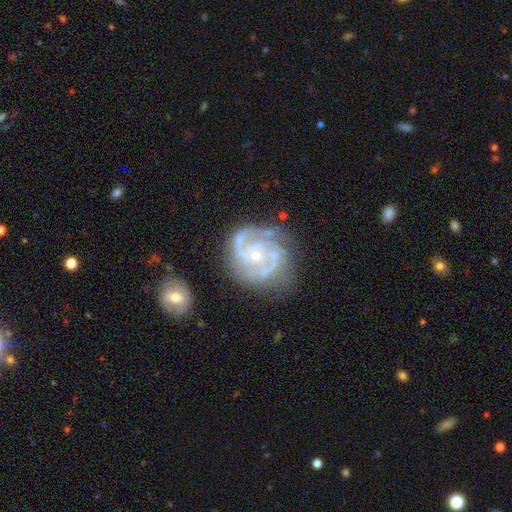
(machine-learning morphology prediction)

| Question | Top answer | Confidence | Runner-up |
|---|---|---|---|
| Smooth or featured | featured or disk | 91% | star or artifact (5%) |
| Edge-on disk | no | 98% | yes (2%) |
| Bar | no | 72% | weak (22%) |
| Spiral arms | yes | 98% | no (2%) |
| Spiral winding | tight | 56% | medium (38%) |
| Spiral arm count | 3 | 38% | 2 (37%) |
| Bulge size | small | 73% | moderate (24%) |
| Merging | none | 67% | minor disturbance (20%) |